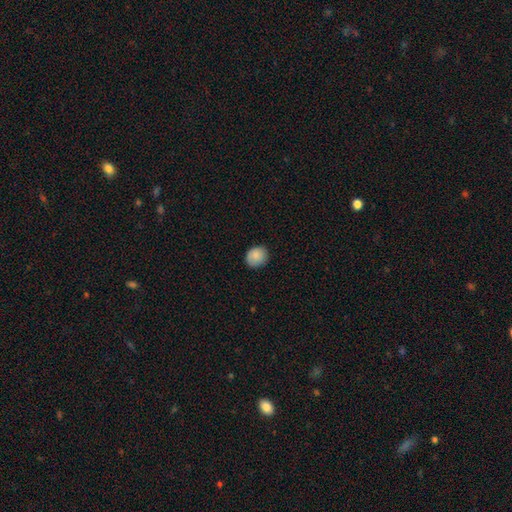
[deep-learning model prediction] A smooth galaxy with no disk features (86%) that is round (78%).

Vote fractions:
- Smooth or featured? smooth: 86% / star or artifact: 8% / featured or disk: 6%
- How rounded? round: 78% / in between: 21% / cigar-shaped: 1%
- Merging? none: 84% / minor disturbance: 12% / major disturbance: 2% / merger: 1%